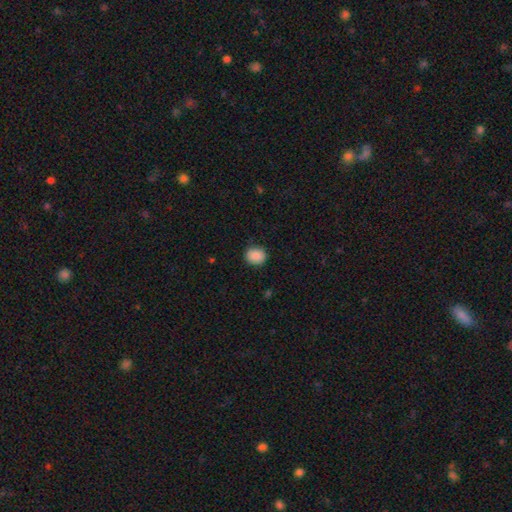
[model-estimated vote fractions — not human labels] Overall: smooth (86%). How rounded: round (71%). Merging: none (86%).